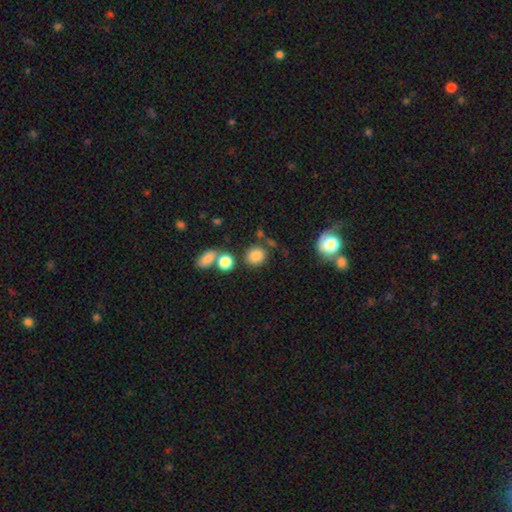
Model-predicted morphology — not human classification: smooth 84%, star or artifact 11%, featured or disk 5%. Down the decision tree: how rounded — round (80%); merging — none (72%).